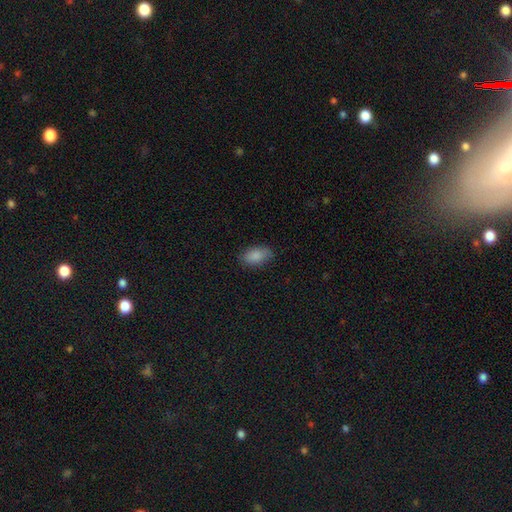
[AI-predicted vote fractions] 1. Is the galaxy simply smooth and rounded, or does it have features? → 87% smooth, 8% star or artifact, 5% featured or disk.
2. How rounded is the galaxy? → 92% in between, 6% round, 2% cigar-shaped.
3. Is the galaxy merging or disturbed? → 79% none, 16% minor disturbance, 4% major disturbance, 1% merger.